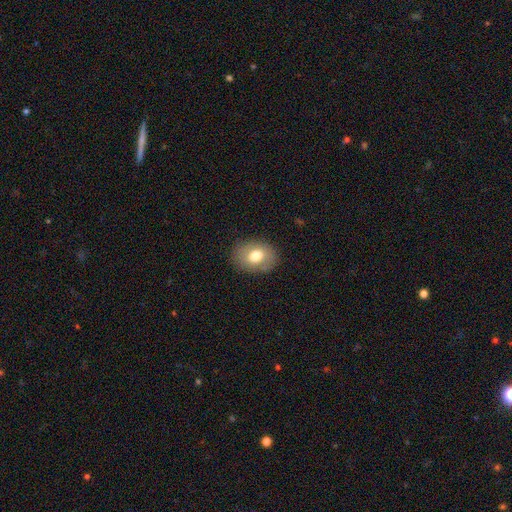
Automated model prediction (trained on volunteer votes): Smooth or featured? smooth (73%)
How rounded? in between (66%)
Merging? none (84%)